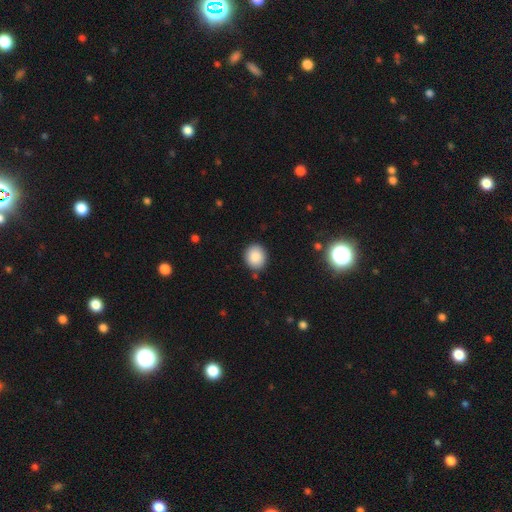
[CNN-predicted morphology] Smooth or featured? smooth (87%)
How rounded? round (74%)
Merging? none (87%)